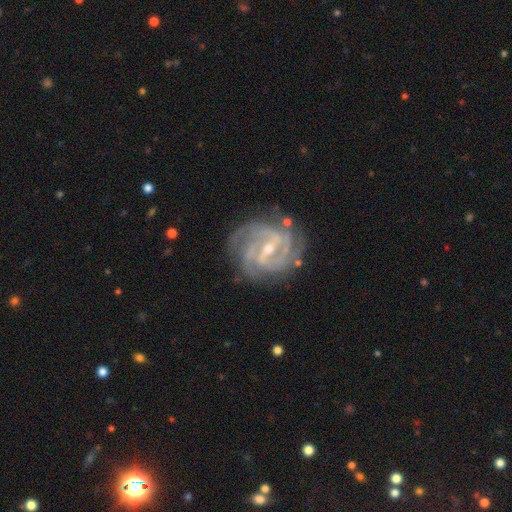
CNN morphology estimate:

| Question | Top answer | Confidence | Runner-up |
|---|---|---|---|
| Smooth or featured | featured or disk | 92% | star or artifact (5%) |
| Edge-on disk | no | 97% | yes (3%) |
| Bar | weak | 44% | strong (42%) |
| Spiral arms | yes | 98% | no (2%) |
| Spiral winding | tight | 59% | medium (36%) |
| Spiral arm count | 3 | 34% | 4 (25%) |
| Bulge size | small | 60% | moderate (37%) |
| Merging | none | 76% | minor disturbance (16%) |